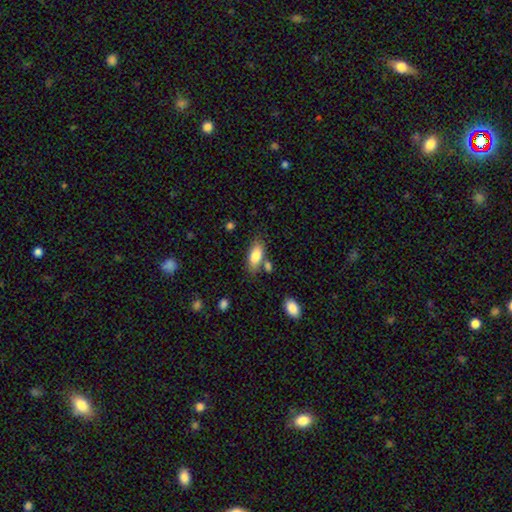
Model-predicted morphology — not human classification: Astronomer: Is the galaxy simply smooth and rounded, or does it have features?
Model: smooth — 82%.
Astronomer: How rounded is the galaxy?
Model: in between — 84%.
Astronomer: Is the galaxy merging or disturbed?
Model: none — 69%.